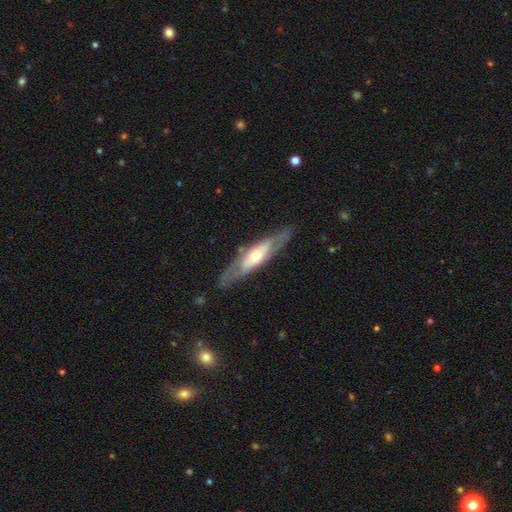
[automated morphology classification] smooth-or-featured: featured or disk: 70% | smooth: 25% | star or artifact: 5%
  disk-edge-on: no: 55% | yes: 45%
  merging: none: 78% | minor disturbance: 15% | major disturbance: 5% | merger: 2%